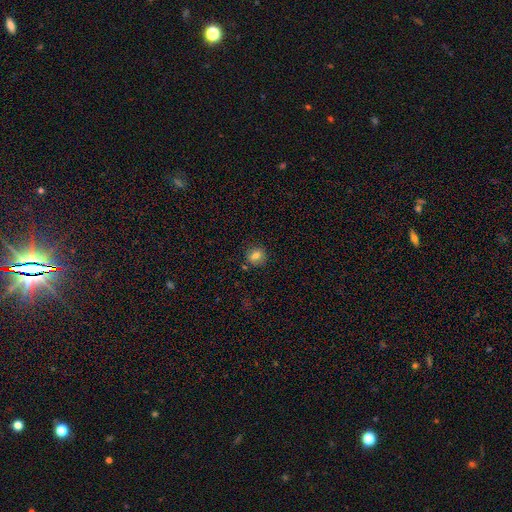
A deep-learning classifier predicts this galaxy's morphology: Smooth or featured: smooth — 78% (star or artifact — 11%)
How rounded: round — 80% (in between — 19%)
Merging: none — 85% (minor disturbance — 10%)